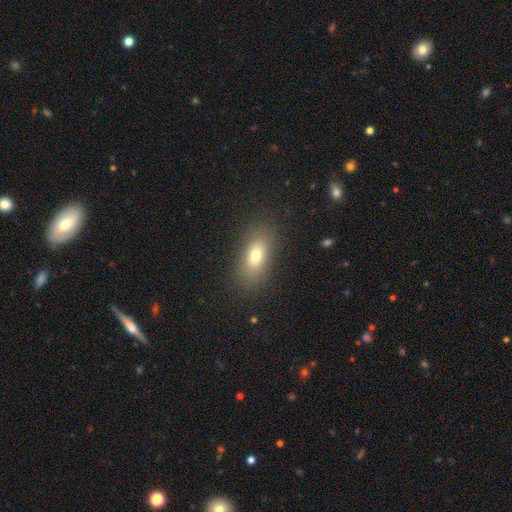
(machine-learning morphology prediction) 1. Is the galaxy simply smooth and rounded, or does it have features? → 73% smooth, 15% featured or disk, 11% star or artifact.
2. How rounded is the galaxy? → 81% in between, 11% cigar-shaped, 8% round.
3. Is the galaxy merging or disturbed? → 83% none, 11% minor disturbance, 5% major disturbance, 1% merger.